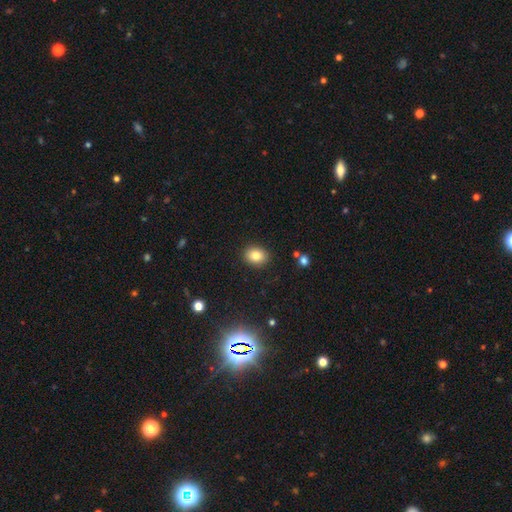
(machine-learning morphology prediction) smooth_or_featured: smooth (p=0.82) [alt: star or artifact p=0.10]
how_rounded: in between (p=0.54) [alt: round p=0.45]
merging: none (p=0.89) [alt: minor disturbance p=0.07]